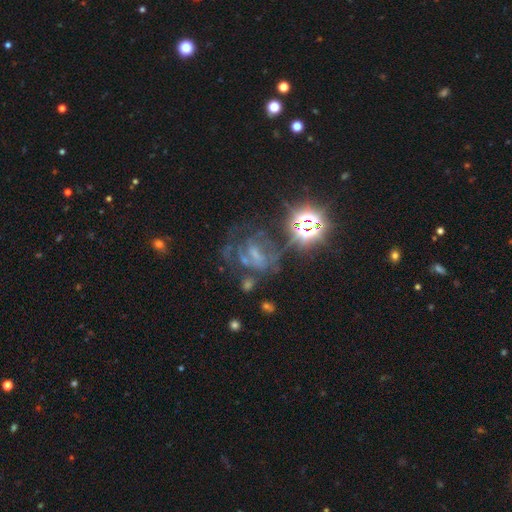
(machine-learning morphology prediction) The model was most divided on "merging": none: 37%, major disturbance: 36%, minor disturbance: 18%, merger: 9%. Remaining: smooth or featured — featured or disk (48%).